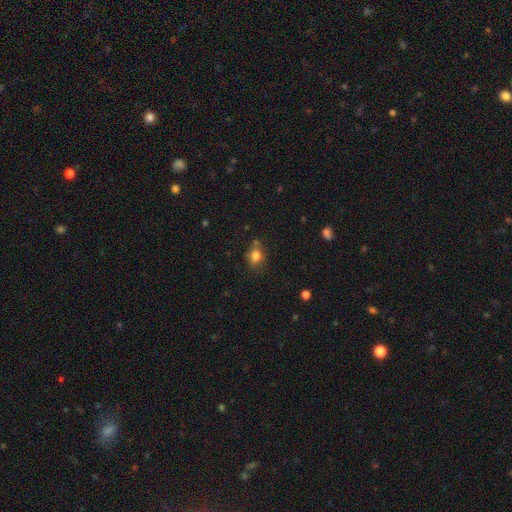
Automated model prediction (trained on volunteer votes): smooth-or-featured: smooth: 79% | star or artifact: 12% | featured or disk: 9%
  how-rounded: in between: 60% | round: 38% | cigar-shaped: 2%
  merging: none: 67% | minor disturbance: 21% | merger: 6% | major disturbance: 6%